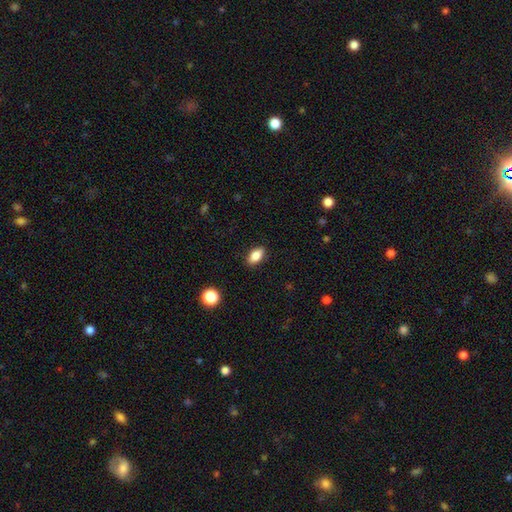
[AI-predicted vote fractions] smooth_or_featured: smooth (p=0.86) [alt: star or artifact p=0.08]
how_rounded: in between (p=0.90) [alt: round p=0.06]
merging: none (p=0.88) [alt: minor disturbance p=0.09]